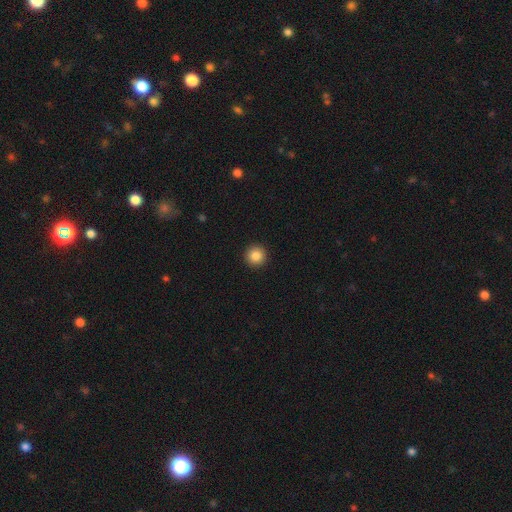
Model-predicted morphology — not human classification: Overall: smooth (86%). How rounded: round (96%). Merging: none (94%).